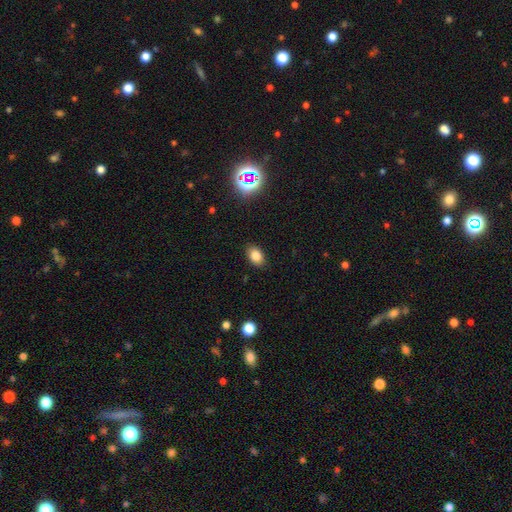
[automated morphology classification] A smooth galaxy with no disk features (83%) that is in between round and cigar-shaped (82%).

Vote fractions:
- Smooth or featured? smooth: 83% / star or artifact: 12% / featured or disk: 6%
- How rounded? in between: 82% / round: 17% / cigar-shaped: 1%
- Merging? none: 87% / minor disturbance: 9% / major disturbance: 2% / merger: 1%